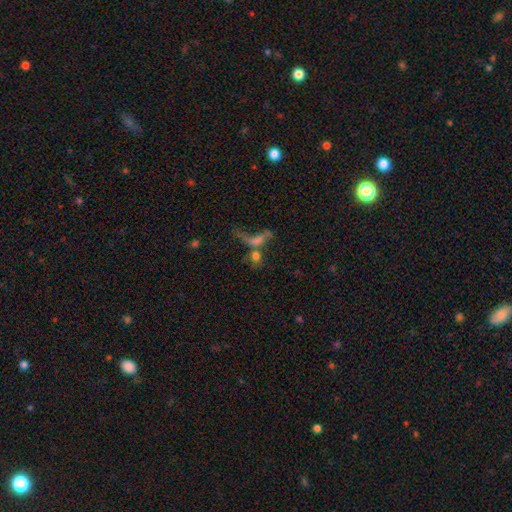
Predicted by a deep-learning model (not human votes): Q: Smooth or featured?
A: smooth (54%); runner-up: featured or disk (30%)
Q: How rounded?
A: in between (44%); runner-up: round (43%)
Q: Merging?
A: merger (46%); runner-up: major disturbance (24%)